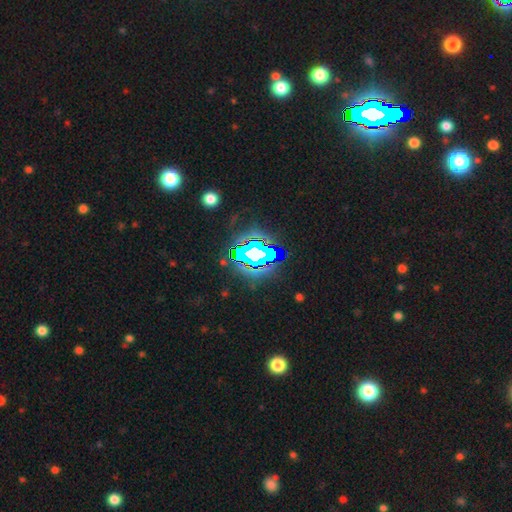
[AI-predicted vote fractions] Q: Smooth or featured?
A: star or artifact (67%); runner-up: featured or disk (18%)